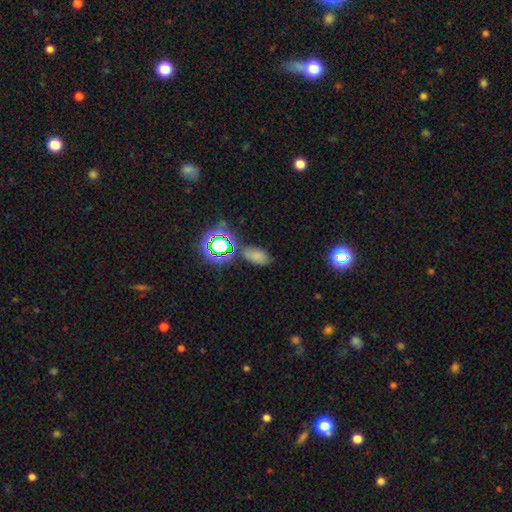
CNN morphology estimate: Smooth or featured? smooth (64%)
How rounded? in between (90%)
Merging? none (67%)